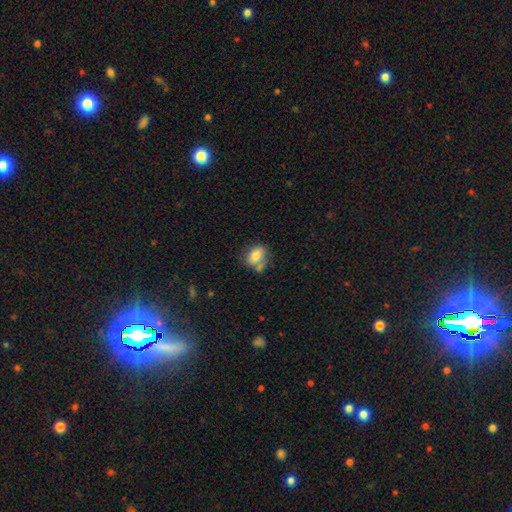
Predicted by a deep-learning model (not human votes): smooth_or_featured: smooth (p=0.77) [alt: featured or disk p=0.15]
how_rounded: in between (p=0.61) [alt: round p=0.38]
merging: none (p=0.52) [alt: merger p=0.24]